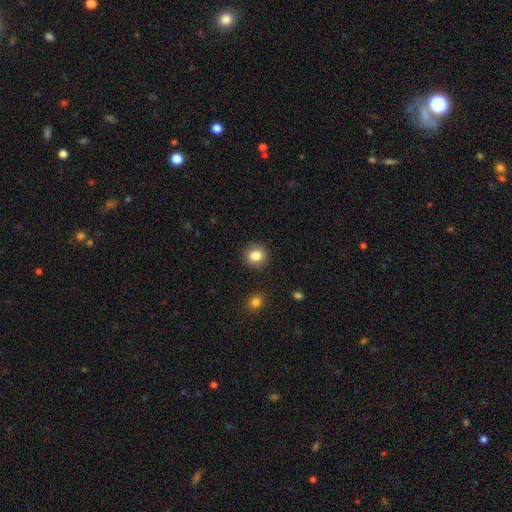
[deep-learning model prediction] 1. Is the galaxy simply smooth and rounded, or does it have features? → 84% smooth, 10% star or artifact, 6% featured or disk.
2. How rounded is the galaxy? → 83% round, 16% in between, 1% cigar-shaped.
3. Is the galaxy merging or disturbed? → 89% none, 7% minor disturbance, 2% major disturbance, 2% merger.